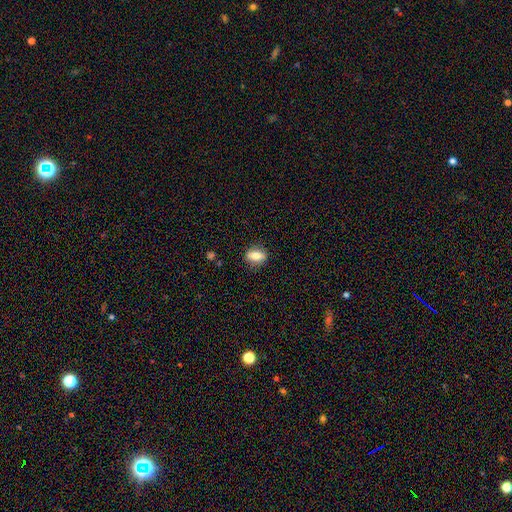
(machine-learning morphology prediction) Smooth or featured? Predicted: smooth (p=0.61). How rounded? Predicted: in between (p=0.62). Merging? Predicted: none (p=0.85).